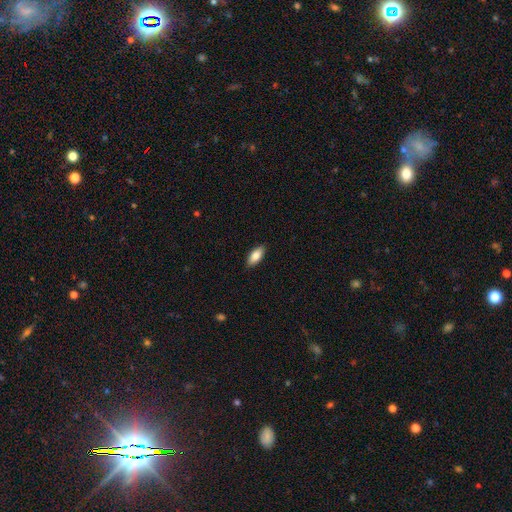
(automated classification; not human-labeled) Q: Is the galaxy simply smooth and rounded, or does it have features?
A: smooth — 84%.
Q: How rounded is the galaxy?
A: in between — 86%.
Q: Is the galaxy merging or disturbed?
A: none — 89%.